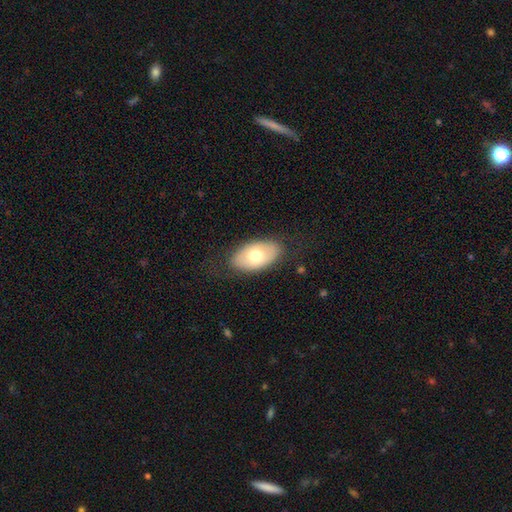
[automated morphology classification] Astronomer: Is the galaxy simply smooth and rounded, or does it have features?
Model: smooth — 66%.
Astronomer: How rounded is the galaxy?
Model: in between — 93%.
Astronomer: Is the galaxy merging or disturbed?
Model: none — 81%.